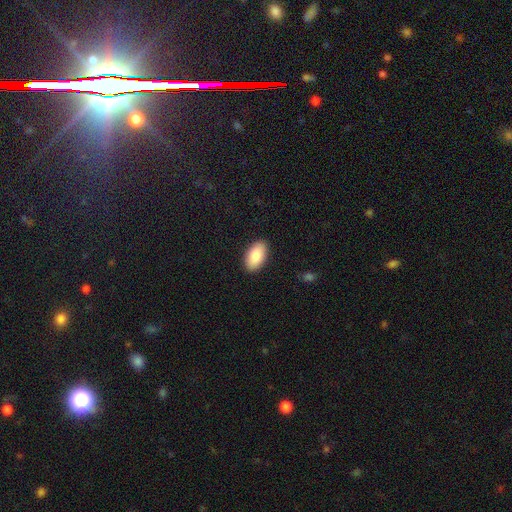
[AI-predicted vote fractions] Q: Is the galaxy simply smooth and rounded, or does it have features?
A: smooth — 87%.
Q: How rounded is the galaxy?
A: in between — 95%.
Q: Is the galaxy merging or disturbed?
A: none — 89%.